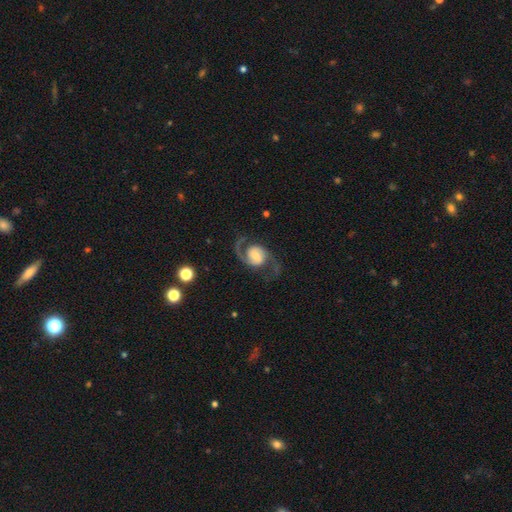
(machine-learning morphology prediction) Overall: featured or disk (89%). Edge-on disk: no (98%). Bar: no (48%; weak 40%). Spiral arms: yes (98%). Spiral arm count: 2 (92%). Spiral winding: medium (50%; loose 36%). Bulge size: moderate (38%; small 37%). Merging: none (73%).